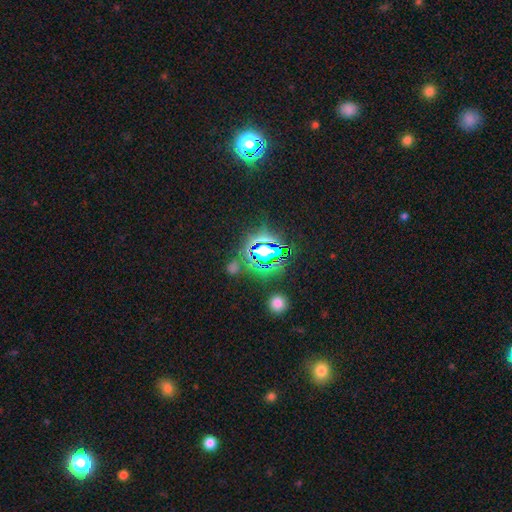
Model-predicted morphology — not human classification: type=star or artifact (79%).